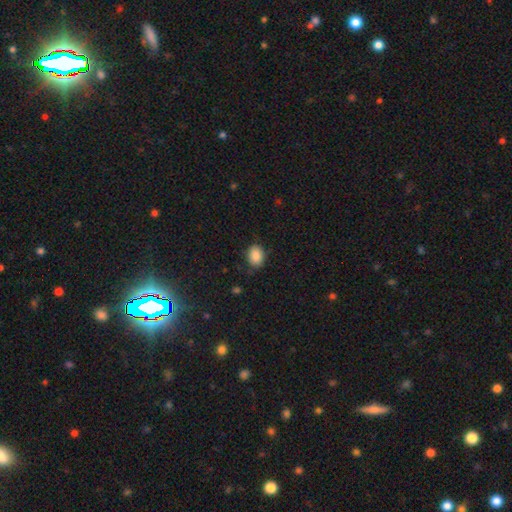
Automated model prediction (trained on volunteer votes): Smooth or featured?
  - smooth: 87% *
  - star or artifact: 9%
  - featured or disk: 5%
How rounded?
  - in between: 61% *
  - round: 38%
  - cigar-shaped: 1%
Merging?
  - none: 78% *
  - minor disturbance: 17%
  - major disturbance: 4%
  - merger: 1%